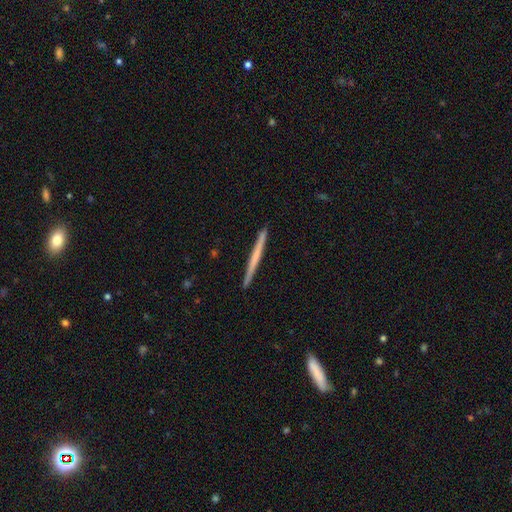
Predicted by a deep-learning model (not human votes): A featured or disk galaxy (50%).

Vote fractions:
- Smooth or featured? featured or disk: 50% / smooth: 45% / star or artifact: 5%
- Merging? none: 92% / minor disturbance: 6% / major disturbance: 1% / merger: 1%